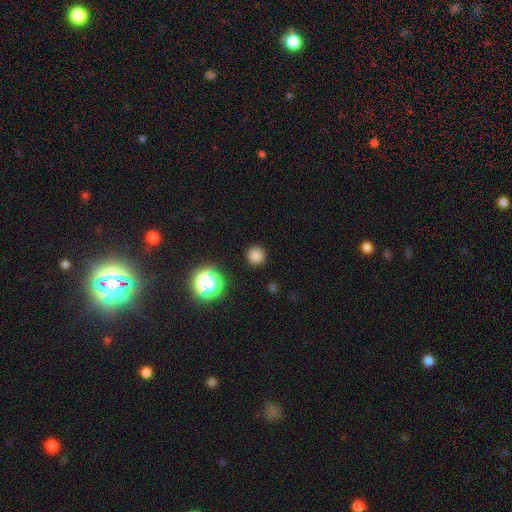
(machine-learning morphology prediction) The model was most divided on "smooth or featured": smooth: 80%, star or artifact: 17%, featured or disk: 4%. More confident: how rounded — round (95%); merging — none (91%).